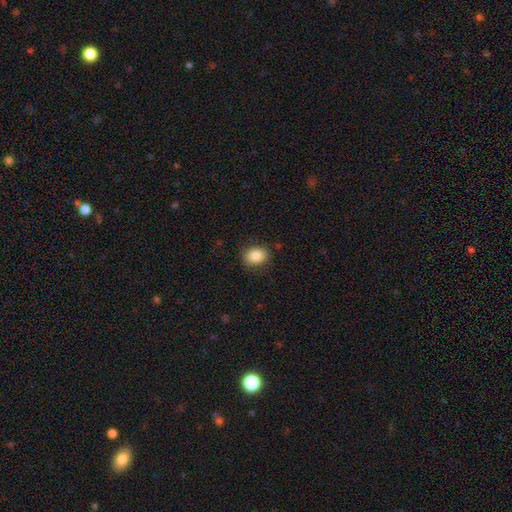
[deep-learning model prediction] The model was most divided on "how rounded": in between: 52%, round: 47%, cigar-shaped: 1%. More confident: merging — none (85%); smooth or featured — smooth (85%).